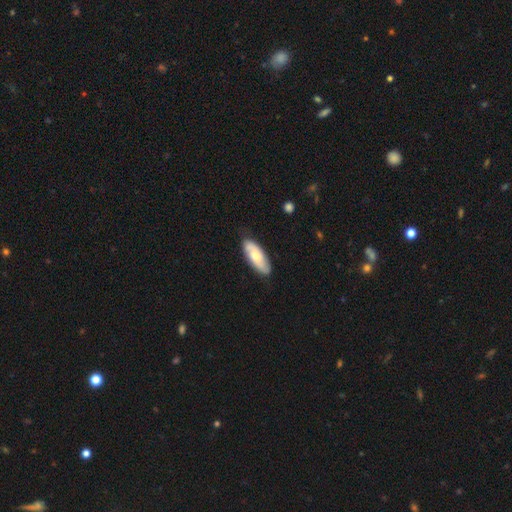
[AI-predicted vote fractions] Q: Smooth or featured?
A: smooth (56%); runner-up: featured or disk (39%)
Q: How rounded?
A: in between (77%); runner-up: cigar-shaped (21%)
Q: Merging?
A: none (82%); runner-up: minor disturbance (14%)